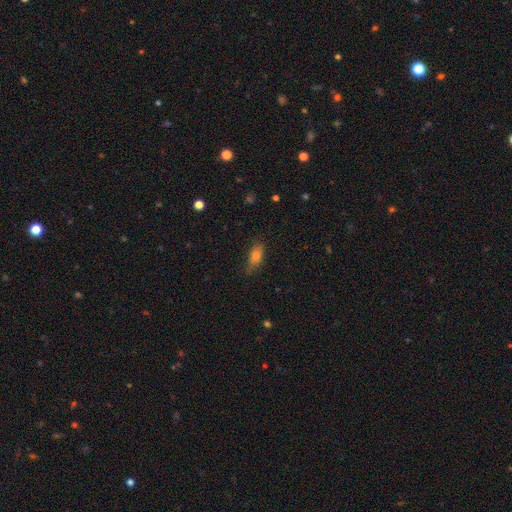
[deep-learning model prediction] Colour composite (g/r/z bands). It shows a smooth galaxy with no disk features (76%) that is in between round and cigar-shaped (74%). Merging: none (71%).